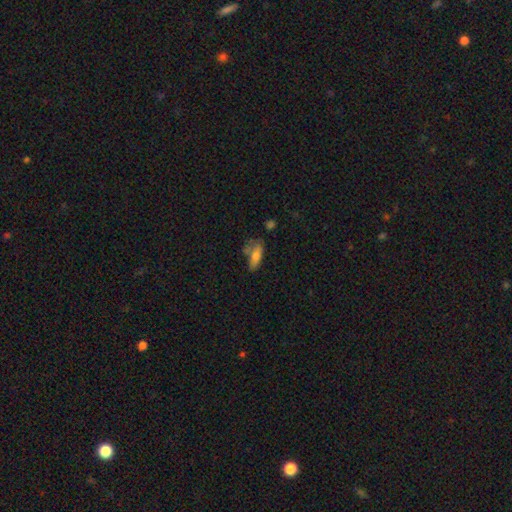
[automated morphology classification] A smooth galaxy with no disk features (71%) that is in between round and cigar-shaped (71%).

Vote fractions:
- Smooth or featured? smooth: 71% / featured or disk: 21% / star or artifact: 8%
- How rounded? in between: 71% / cigar-shaped: 26% / round: 3%
- Merging? none: 44% / minor disturbance: 29% / major disturbance: 14% / merger: 13%